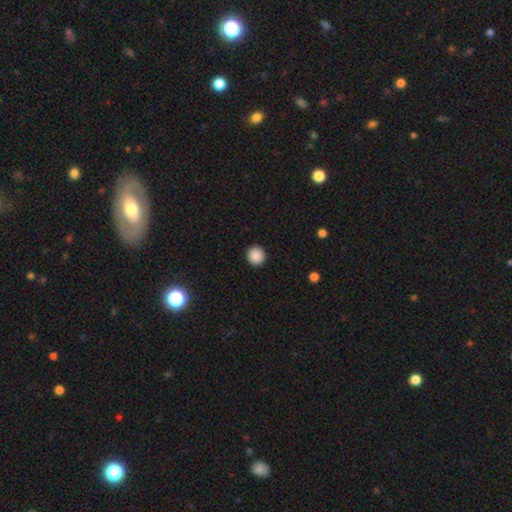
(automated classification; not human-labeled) A smooth galaxy with no disk features (88%) that is round (94%).

Vote fractions:
- Smooth or featured? smooth: 88% / star or artifact: 9% / featured or disk: 2%
- How rounded? round: 94% / in between: 5% / cigar-shaped: 1%
- Merging? none: 93% / minor disturbance: 5% / major disturbance: 2% / merger: 1%